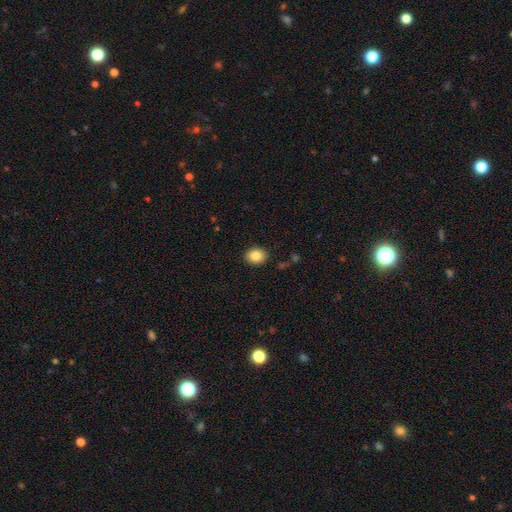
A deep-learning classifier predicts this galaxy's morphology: type=smooth (85%); roundness=round (51%); merging=none (90%).